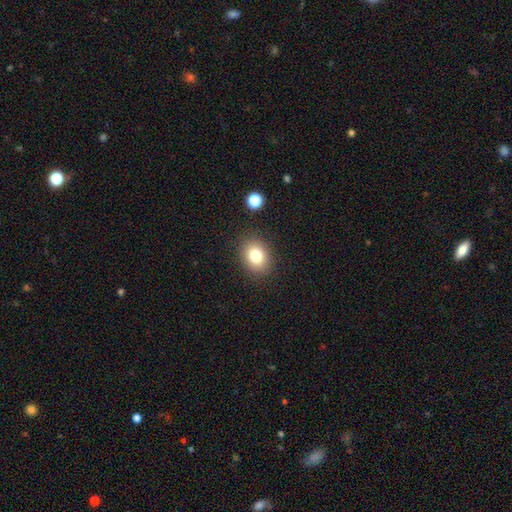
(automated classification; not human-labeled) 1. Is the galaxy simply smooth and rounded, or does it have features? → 79% smooth, 11% star or artifact, 10% featured or disk.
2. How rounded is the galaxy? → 53% in between, 47% round, 1% cigar-shaped.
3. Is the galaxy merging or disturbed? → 87% none, 8% minor disturbance, 3% major disturbance, 2% merger.